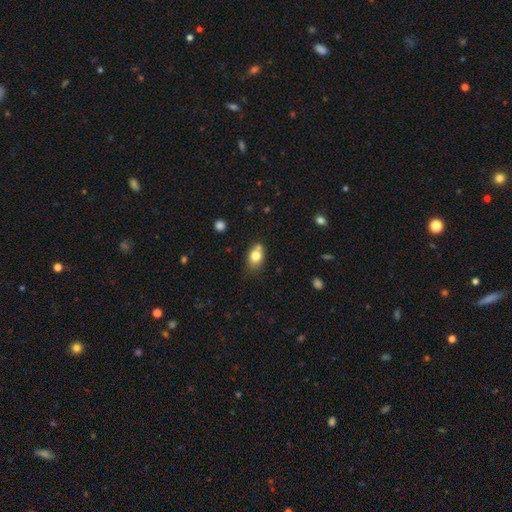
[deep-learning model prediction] The model was most divided on "merging": none: 57%, merger: 20%, minor disturbance: 19%, major disturbance: 5%. More confident: smooth or featured — smooth (78%); how rounded — in between (70%).